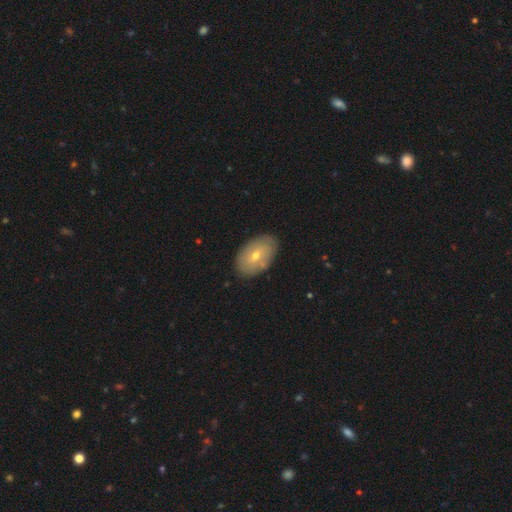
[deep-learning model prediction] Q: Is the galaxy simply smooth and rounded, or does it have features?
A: smooth — 56%.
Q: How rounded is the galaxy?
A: in between — 92%.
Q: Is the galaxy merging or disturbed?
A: none — 85%.